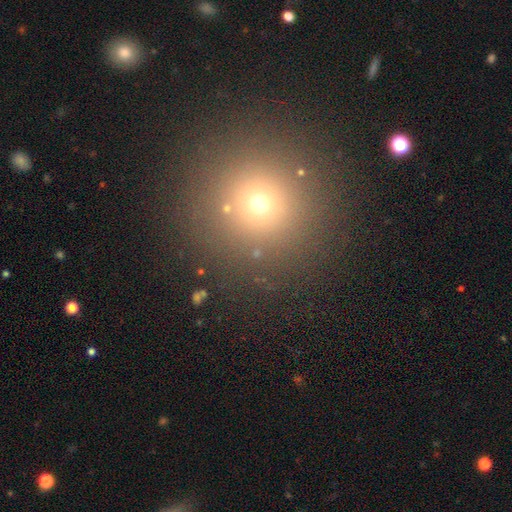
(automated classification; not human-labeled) Morphology: type=smooth (64%); roundness=round (95%); merging=none (87%).